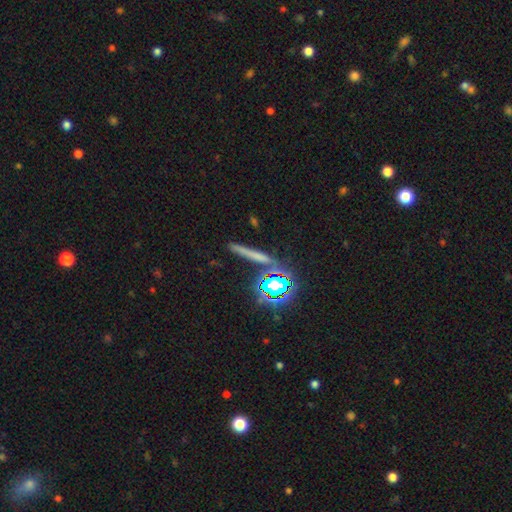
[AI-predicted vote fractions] smooth 49%, star or artifact 26%, featured or disk 25%. Down the decision tree: merging — none (81%).